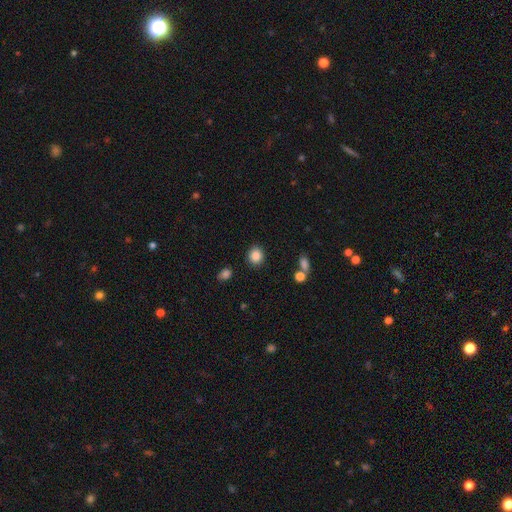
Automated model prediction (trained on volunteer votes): Smooth or featured: smooth — 86% (star or artifact — 10%)
How rounded: round — 79% (in between — 20%)
Merging: none — 86% (minor disturbance — 8%)